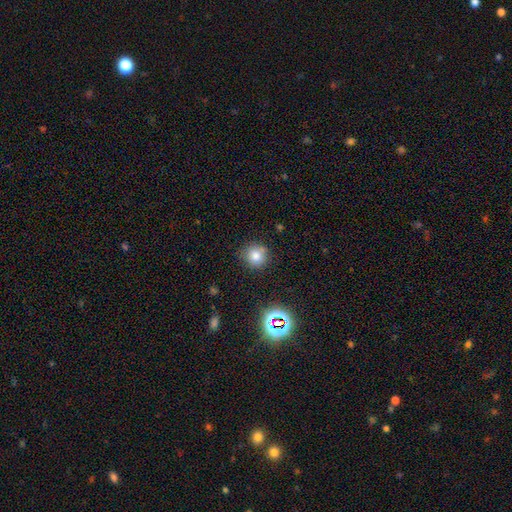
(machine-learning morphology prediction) This is likely a smooth galaxy (77%). How rounded: clearly round (91%). Merging: likely none (80%).